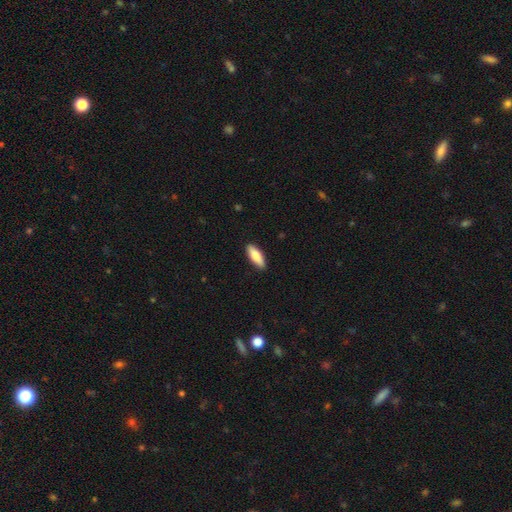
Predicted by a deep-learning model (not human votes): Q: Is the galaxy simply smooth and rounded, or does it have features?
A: smooth — 82%.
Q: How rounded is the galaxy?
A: in between — 59%.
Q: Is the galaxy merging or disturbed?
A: none — 89%.